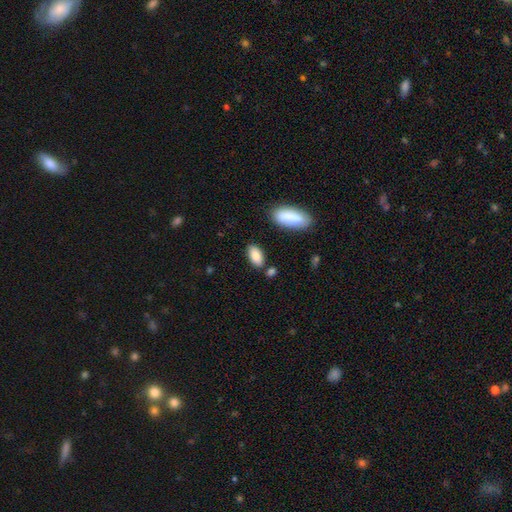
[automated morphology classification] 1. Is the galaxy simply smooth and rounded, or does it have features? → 85% smooth, 8% featured or disk, 7% star or artifact.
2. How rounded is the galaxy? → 92% in between, 5% cigar-shaped, 3% round.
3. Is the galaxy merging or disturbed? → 79% none, 12% minor disturbance, 6% merger, 3% major disturbance.